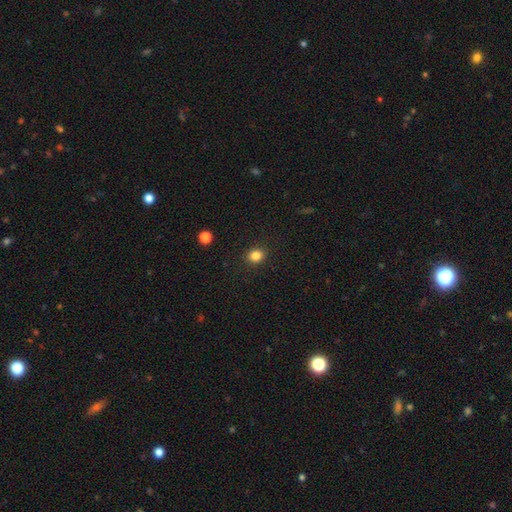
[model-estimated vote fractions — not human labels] Smooth or featured? Predicted: smooth (p=0.84). How rounded? Predicted: round (p=0.69). Merging? Predicted: none (p=0.90).